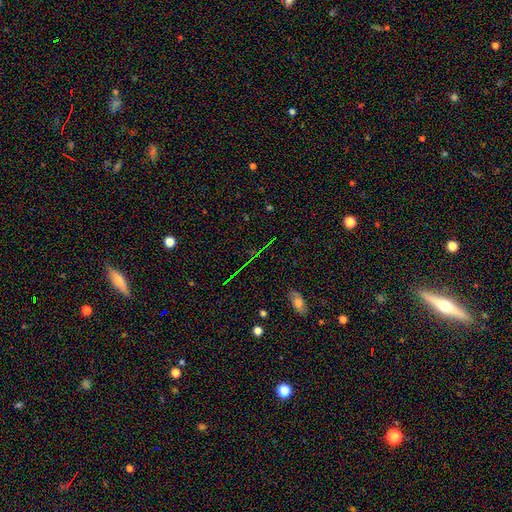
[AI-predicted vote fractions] This is possibly a star or artifact rather than a galaxy (57%).